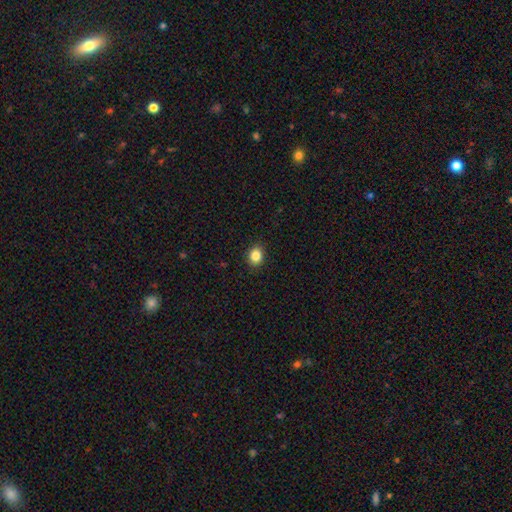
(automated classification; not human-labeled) smooth_or_featured: smooth (p=0.86) [alt: star or artifact p=0.10]
how_rounded: round (p=0.52) [alt: in between p=0.47]
merging: none (p=0.90) [alt: minor disturbance p=0.07]